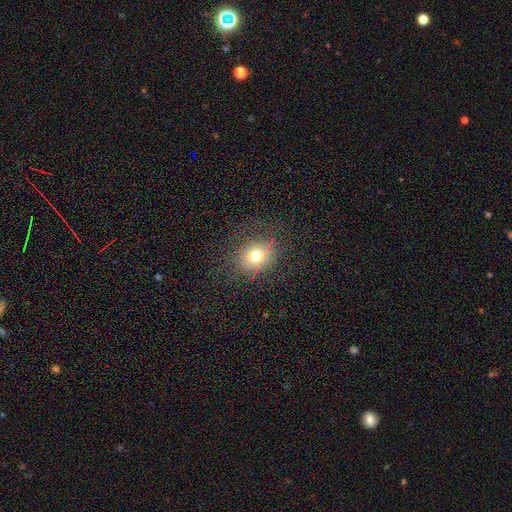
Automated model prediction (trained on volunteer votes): A smooth galaxy with no disk features (68%) that is round (66%).

Vote fractions:
- Smooth or featured? smooth: 68% / star or artifact: 17% / featured or disk: 15%
- How rounded? round: 66% / in between: 32% / cigar-shaped: 1%
- Merging? none: 74% / minor disturbance: 15% / major disturbance: 10% / merger: 1%